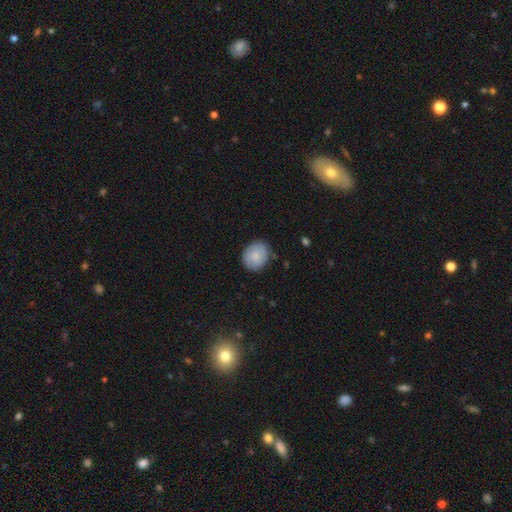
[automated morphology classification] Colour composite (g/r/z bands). It shows a smooth galaxy with no disk features (80%) that is round (59%). Merging: none (80%).